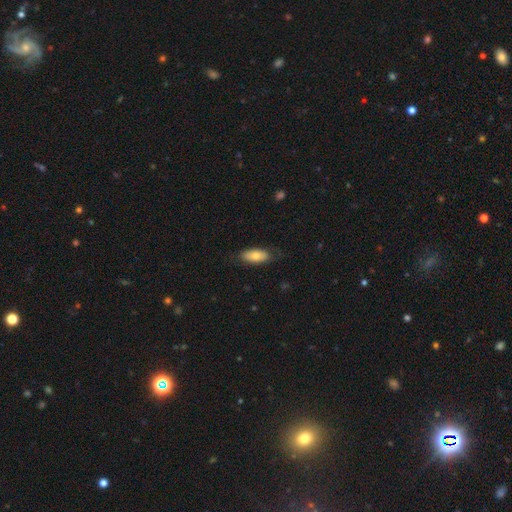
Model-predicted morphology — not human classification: A smooth galaxy with no disk features (74%) that is in between round and cigar-shaped (86%). Merging: none (78%).